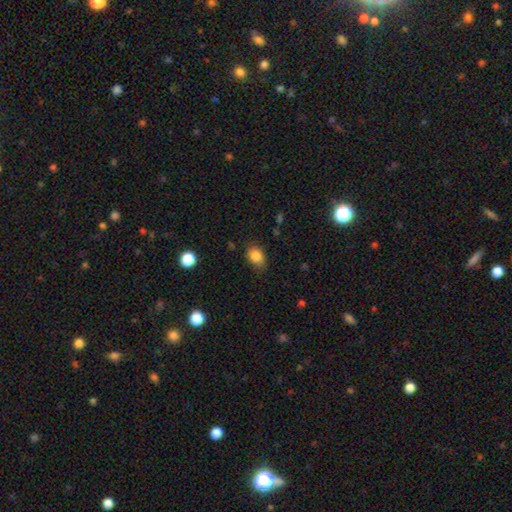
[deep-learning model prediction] A smooth galaxy with no disk features (85%) that is in between round and cigar-shaped (72%).

Vote fractions:
- Smooth or featured? smooth: 85% / star or artifact: 9% / featured or disk: 6%
- How rounded? in between: 72% / round: 27% / cigar-shaped: 1%
- Merging? none: 80% / minor disturbance: 15% / major disturbance: 3% / merger: 1%